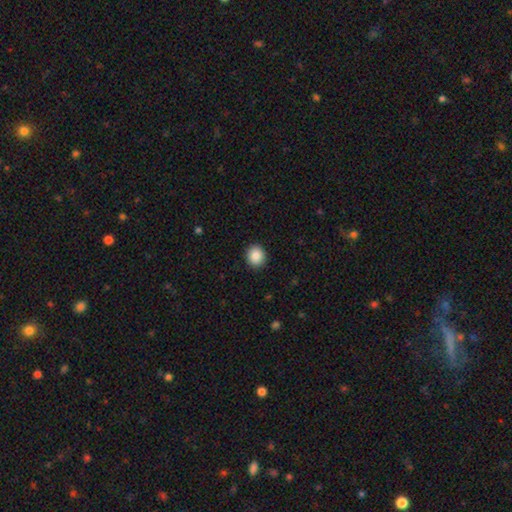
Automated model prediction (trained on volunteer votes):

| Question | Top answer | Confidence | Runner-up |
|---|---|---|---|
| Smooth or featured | smooth | 88% | star or artifact (9%) |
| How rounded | round | 80% | in between (20%) |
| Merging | none | 92% | minor disturbance (6%) |